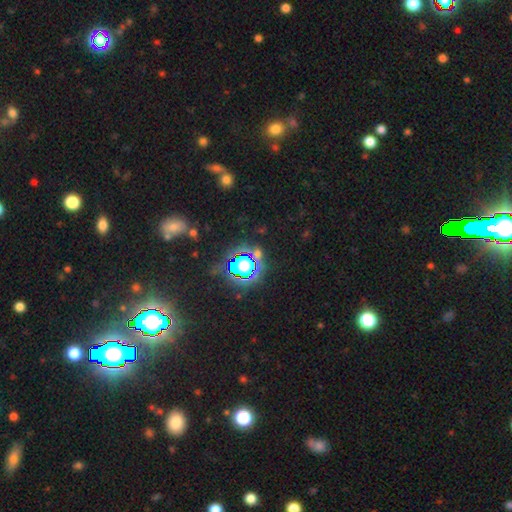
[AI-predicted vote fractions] Morphology: type=star or artifact (76%).